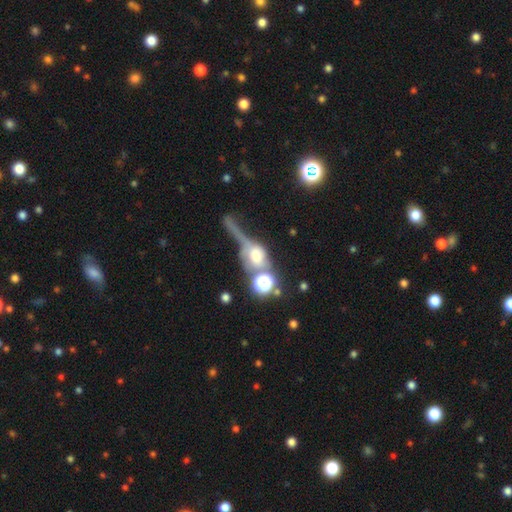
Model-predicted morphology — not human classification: A smooth galaxy with no disk features (40%).

Vote fractions:
- Smooth or featured? smooth: 40% / featured or disk: 39% / star or artifact: 21%
- Merging? merger: 32% / none: 27% / major disturbance: 27% / minor disturbance: 14%